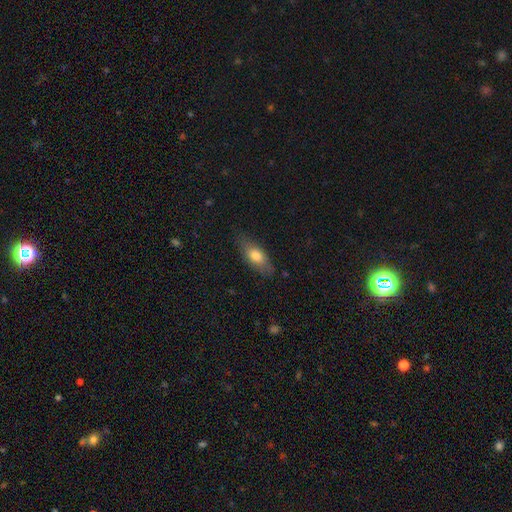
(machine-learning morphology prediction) smooth_or_featured: smooth (p=0.73) [alt: featured or disk p=0.20]
how_rounded: in between (p=0.78) [alt: cigar-shaped p=0.18]
merging: none (p=0.78) [alt: minor disturbance p=0.16]